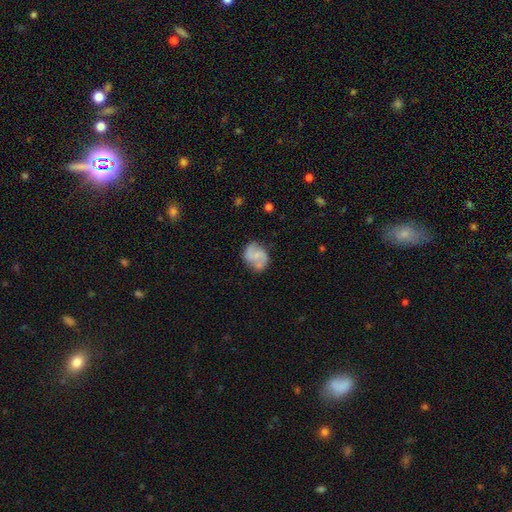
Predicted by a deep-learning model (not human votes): A featured or disk galaxy (59%) with no bar (54%), spiral arms (85%) and a small central bulge (44%).

Vote fractions:
- Smooth or featured? featured or disk: 59% / smooth: 34% / star or artifact: 7%
- Edge-on disk? no: 98% / yes: 2%
- Bar? no: 54% / weak: 37% / strong: 9%
- Spiral arms? yes: 85% / no: 15%
- Bulge size? small: 44% / none: 35% / moderate: 18% / large: 2% / dominant: 1%
- Merging? none: 61% / minor disturbance: 22% / merger: 9% / major disturbance: 8%